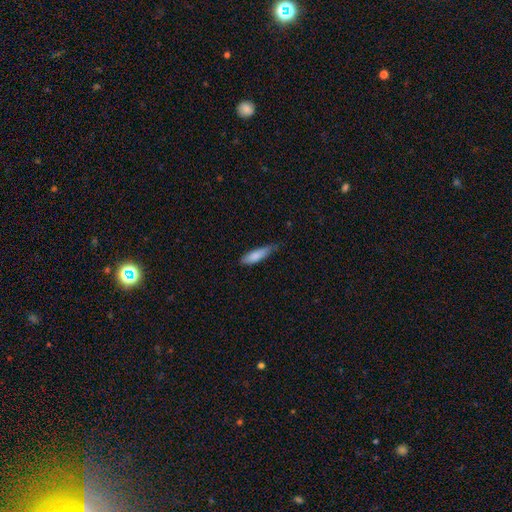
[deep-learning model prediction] Q: Smooth or featured?
A: smooth (82%); runner-up: featured or disk (13%)
Q: How rounded?
A: cigar-shaped (59%); runner-up: in between (39%)
Q: Merging?
A: none (55%); runner-up: minor disturbance (37%)